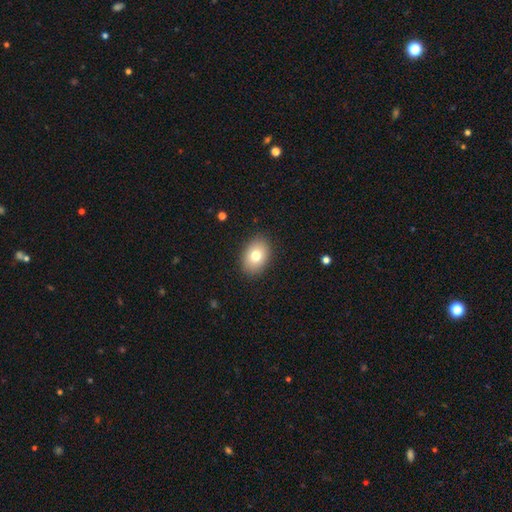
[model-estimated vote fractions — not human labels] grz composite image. It shows a smooth galaxy with no disk features (78%) that is in between round and cigar-shaped (77%). Merging: none (89%).